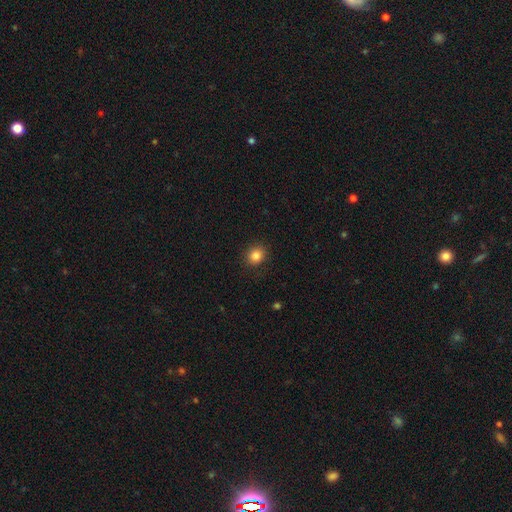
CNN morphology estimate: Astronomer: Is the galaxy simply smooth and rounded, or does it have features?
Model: smooth — 84%.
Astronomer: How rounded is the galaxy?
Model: round — 79%.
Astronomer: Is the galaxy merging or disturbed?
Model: none — 89%.